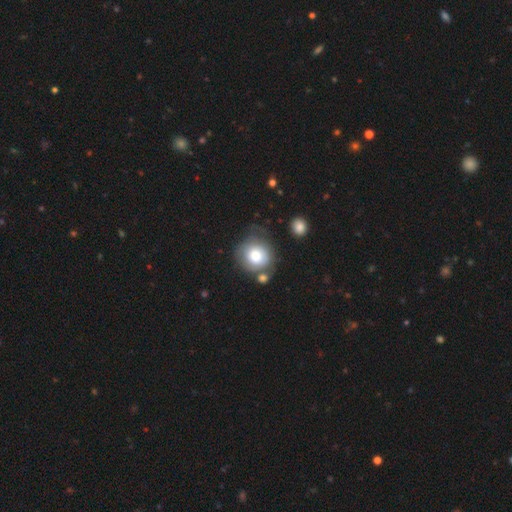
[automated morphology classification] A smooth galaxy with no disk features (75%) that is round (86%). Merging: none (54%).